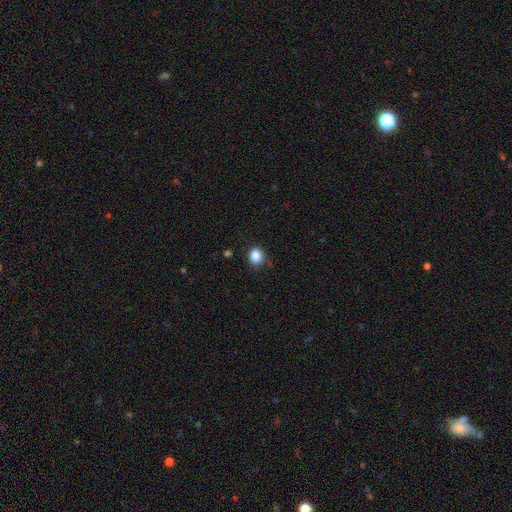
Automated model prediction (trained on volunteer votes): Morphology: type=smooth (87%); roundness=round (52%); merging=none (81%).